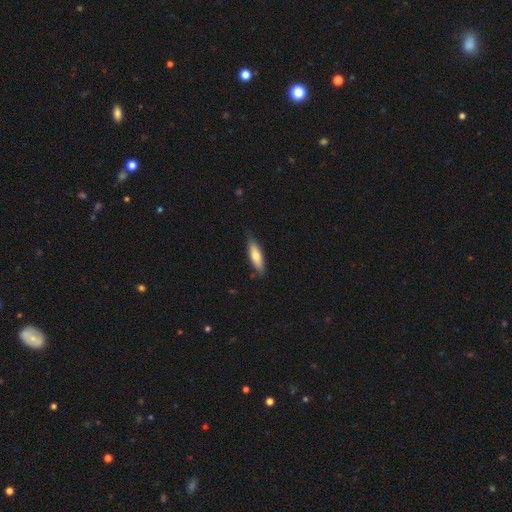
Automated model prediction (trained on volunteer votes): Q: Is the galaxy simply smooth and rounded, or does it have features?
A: smooth — 72%.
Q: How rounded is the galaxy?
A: cigar-shaped — 55%.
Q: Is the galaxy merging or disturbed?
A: none — 79%.